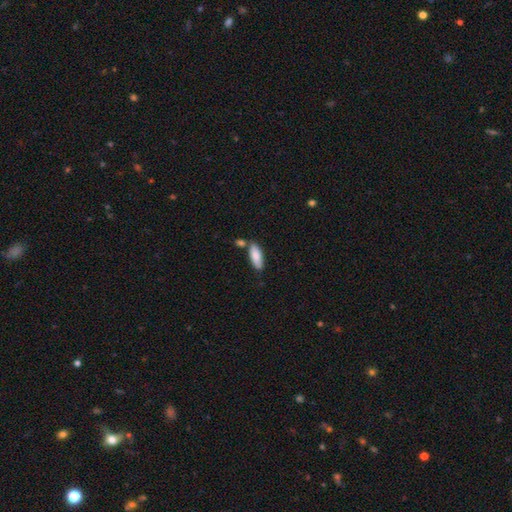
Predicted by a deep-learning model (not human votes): smooth_or_featured: smooth (p=0.86) [alt: featured or disk p=0.08]
how_rounded: in between (p=0.71) [alt: cigar-shaped p=0.27]
merging: none (p=0.67) [alt: merger p=0.15]